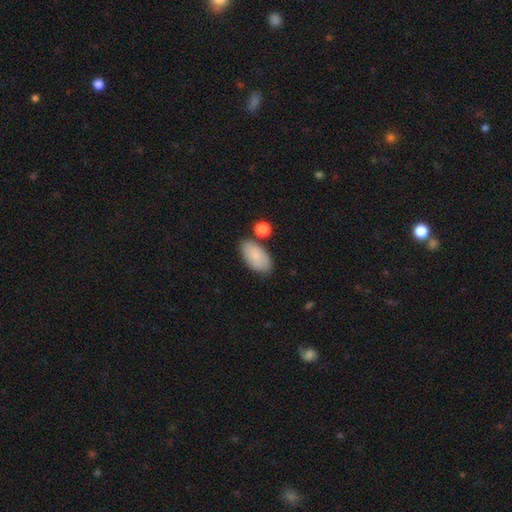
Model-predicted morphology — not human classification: Smooth or featured: smooth — 82% (featured or disk — 11%)
How rounded: in between — 94% (round — 3%)
Merging: none — 73% (minor disturbance — 15%)